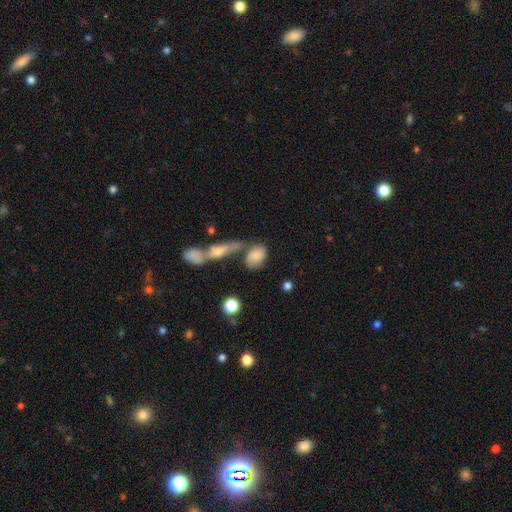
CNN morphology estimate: A smooth galaxy with no disk features (69%) that is in between round and cigar-shaped (75%). Merging: none (41%).